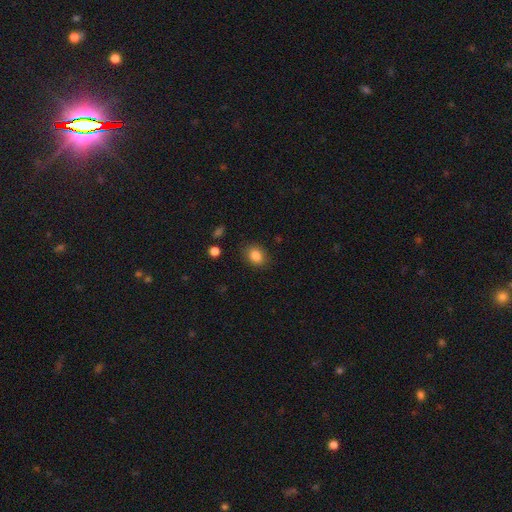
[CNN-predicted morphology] Smooth or featured: smooth — 85% (star or artifact — 10%)
How rounded: in between — 64% (round — 35%)
Merging: none — 84% (minor disturbance — 11%)